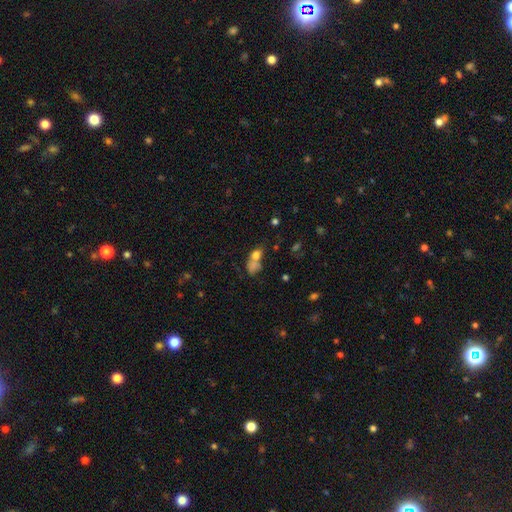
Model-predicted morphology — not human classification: smooth-or-featured: smooth: 72% | star or artifact: 14% | featured or disk: 14%
  how-rounded: in between: 60% | round: 34% | cigar-shaped: 7%
  merging: merger: 46% | none: 31% | minor disturbance: 12% | major disturbance: 10%